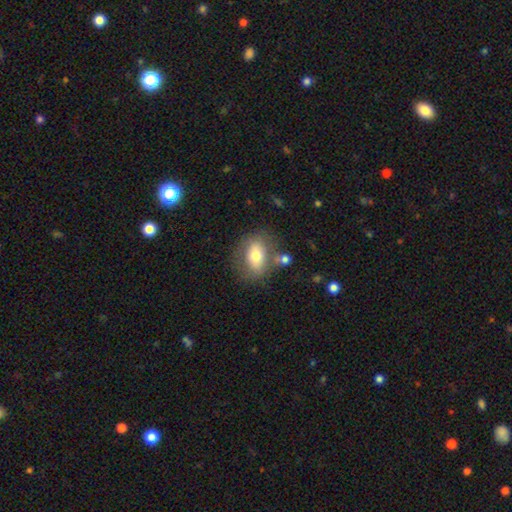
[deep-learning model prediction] A smooth galaxy with no disk features (64%) that is in between round and cigar-shaped (77%). Merging: none (64%).